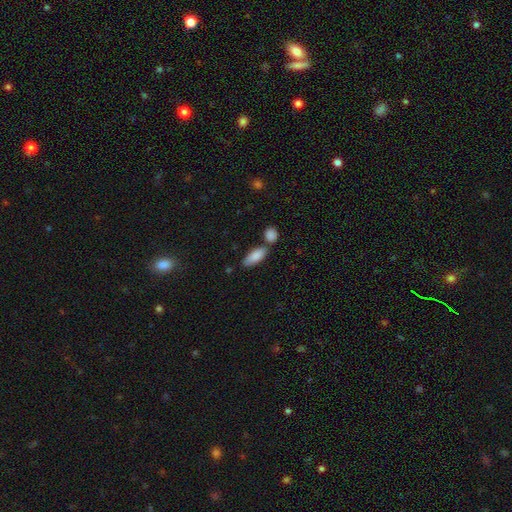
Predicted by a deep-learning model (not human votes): Overall: smooth (87%). How rounded: in between (76%). Merging: none (64%).